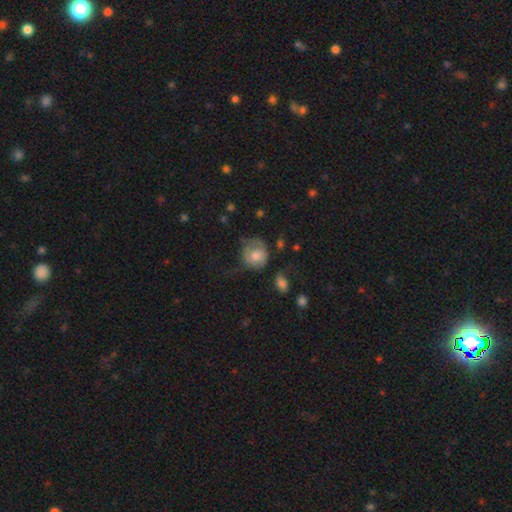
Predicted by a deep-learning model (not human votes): Smooth or featured? Predicted: smooth (p=0.63). How rounded? Predicted: round (p=0.77). Merging? Predicted: none (p=0.38).